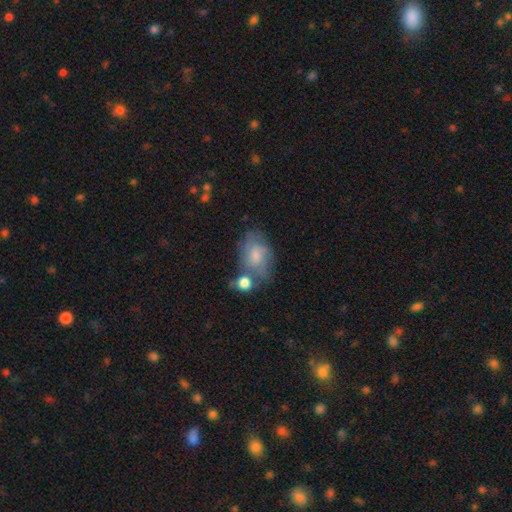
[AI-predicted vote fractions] Smooth or featured: smooth — 48% (featured or disk — 43%)
Merging: none — 47% (minor disturbance — 23%)